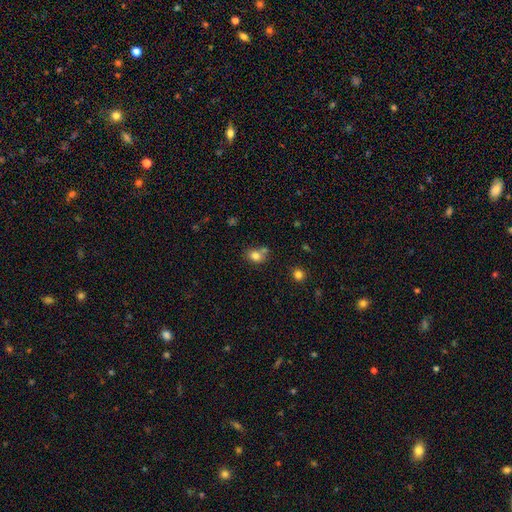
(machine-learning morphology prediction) This appears to be a smooth galaxy with no disk features (80%) that is in between round and cigar-shaped (54%). Merging: none (54%).